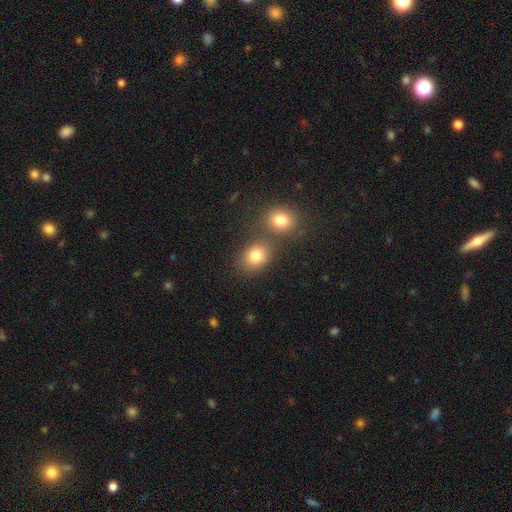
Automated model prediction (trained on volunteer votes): smooth_or_featured: smooth (p=0.80) [alt: star or artifact p=0.12]
how_rounded: round (p=0.52) [alt: in between p=0.47]
merging: none (p=0.60) [alt: merger p=0.27]